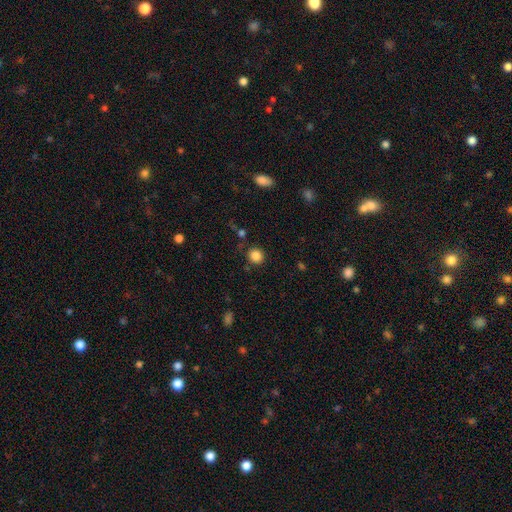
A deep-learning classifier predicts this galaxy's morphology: smooth_or_featured: smooth (p=0.85) [alt: star or artifact p=0.11]
how_rounded: round (p=0.90) [alt: in between p=0.09]
merging: none (p=0.87) [alt: minor disturbance p=0.08]